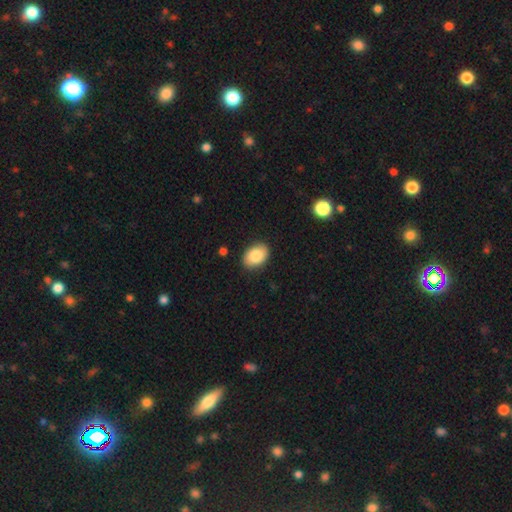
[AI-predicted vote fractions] smooth_or_featured: smooth (p=0.85) [alt: featured or disk p=0.08]
how_rounded: in between (p=0.83) [alt: round p=0.16]
merging: none (p=0.88) [alt: minor disturbance p=0.09]